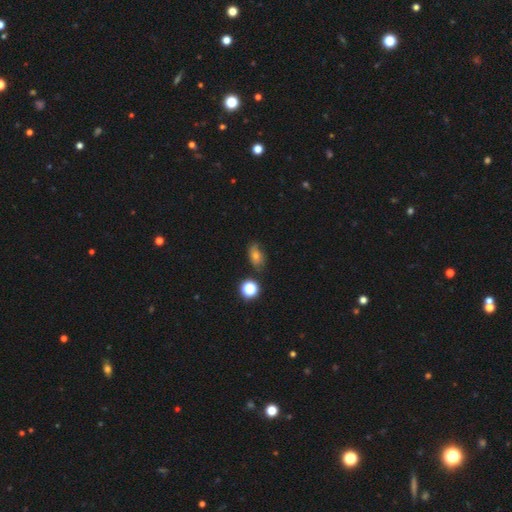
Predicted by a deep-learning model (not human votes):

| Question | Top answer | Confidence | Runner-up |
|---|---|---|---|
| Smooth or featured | smooth | 64% | star or artifact (19%) |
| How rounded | in between | 75% | round (22%) |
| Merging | none | 68% | minor disturbance (22%) |